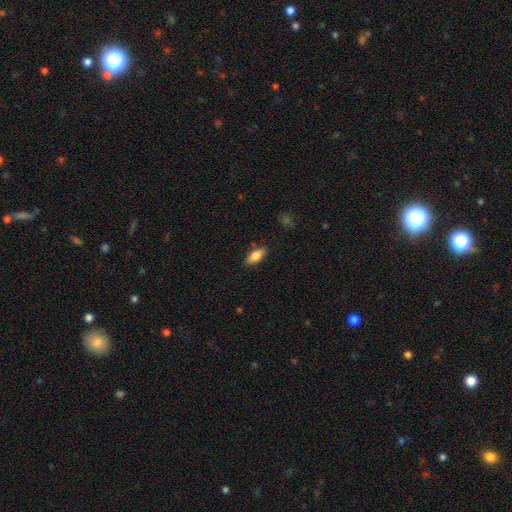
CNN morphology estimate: smooth_or_featured: smooth (p=0.80) [alt: featured or disk p=0.13]
how_rounded: in between (p=0.84) [alt: cigar-shaped p=0.13]
merging: none (p=0.83) [alt: minor disturbance p=0.12]